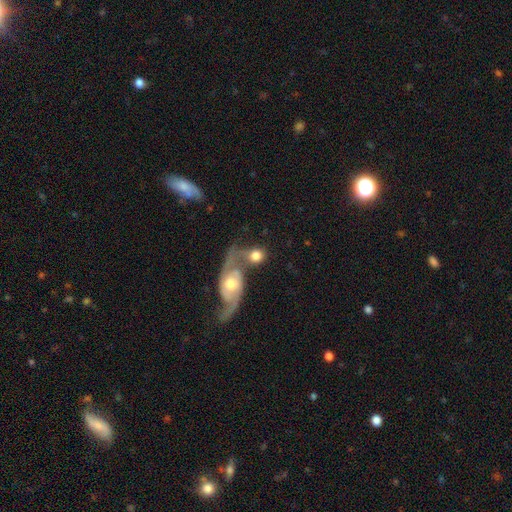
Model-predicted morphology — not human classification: Smooth or featured? smooth (60%)
How rounded? round (62%)
Merging? merger (49%)